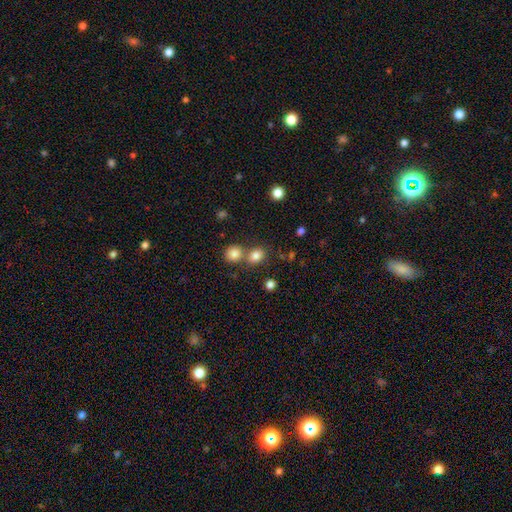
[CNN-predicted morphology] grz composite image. It shows a smooth galaxy with no disk features (81%) that is round (58%). Merging: none (58%).